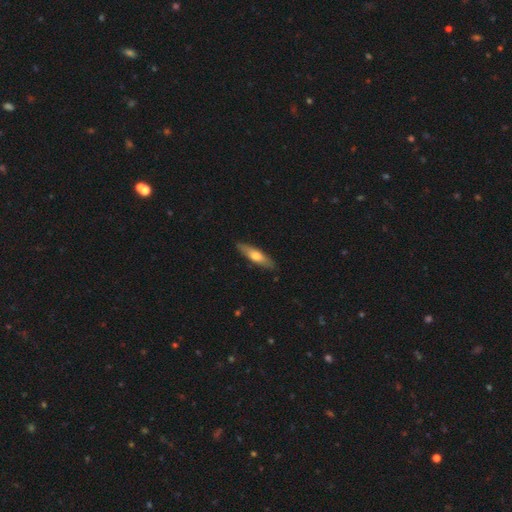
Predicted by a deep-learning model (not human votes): This appears to be a smooth galaxy with no disk features (57%) that is cigar-shaped (67%). Merging: none (87%).